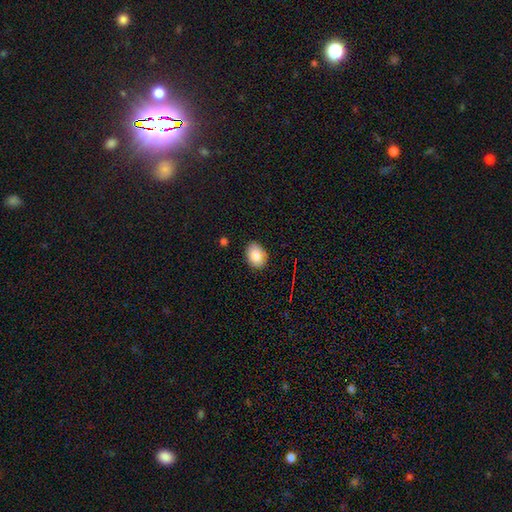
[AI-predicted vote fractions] Morphology: type=smooth (85%); roundness=in between (71%); merging=none (85%).